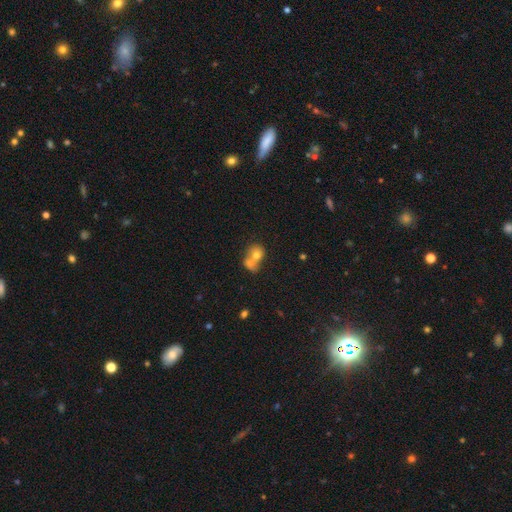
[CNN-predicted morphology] Smooth or featured: smooth — 68% (featured or disk — 22%)
How rounded: round — 54% (in between — 45%)
Merging: merger — 67% (none — 19%)